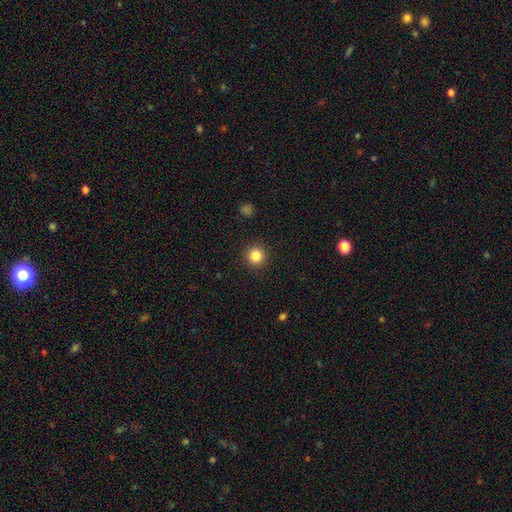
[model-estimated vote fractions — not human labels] Morphology: type=smooth (84%); roundness=round (95%); merging=none (92%).